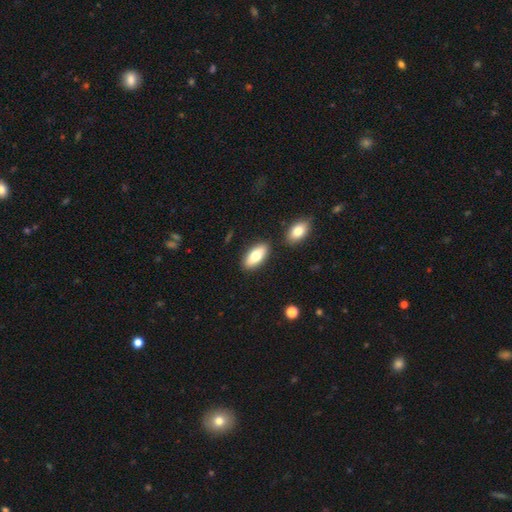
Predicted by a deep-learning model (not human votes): smooth-or-featured: smooth: 75% | featured or disk: 19% | star or artifact: 6%
  how-rounded: in between: 87% | cigar-shaped: 11% | round: 3%
  merging: none: 83% | minor disturbance: 9% | merger: 6% | major disturbance: 2%